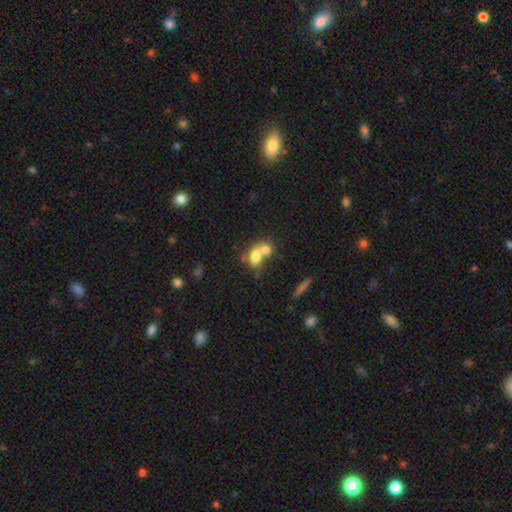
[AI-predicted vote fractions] Smooth or featured?
  - smooth: 71% *
  - featured or disk: 19%
  - star or artifact: 10%
How rounded?
  - in between: 71% *
  - round: 26%
  - cigar-shaped: 3%
Merging?
  - merger: 68% *
  - none: 20%
  - minor disturbance: 7%
  - major disturbance: 5%